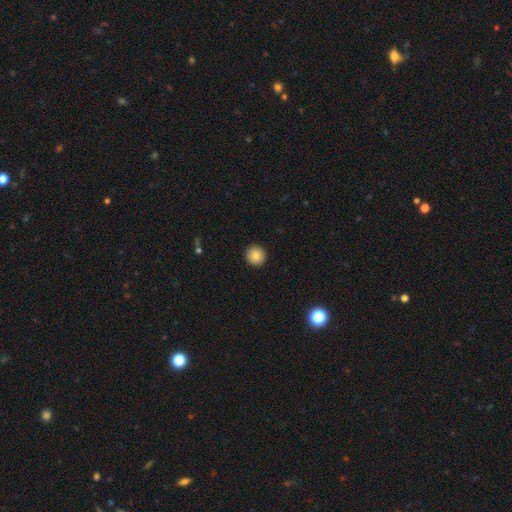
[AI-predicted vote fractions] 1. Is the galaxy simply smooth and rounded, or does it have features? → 83% smooth, 9% star or artifact, 8% featured or disk.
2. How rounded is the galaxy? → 95% round, 4% in between, 1% cigar-shaped.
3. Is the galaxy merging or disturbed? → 93% none, 4% minor disturbance, 1% major disturbance, 1% merger.